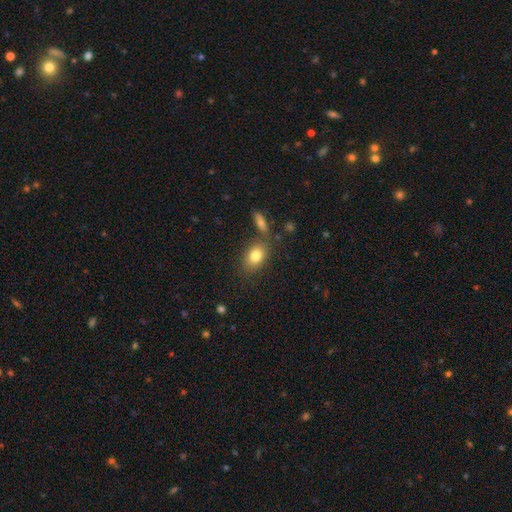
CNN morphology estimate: smooth-or-featured: smooth: 80% | featured or disk: 12% | star or artifact: 9%
  how-rounded: in between: 80% | round: 17% | cigar-shaped: 2%
  merging: none: 70% | minor disturbance: 13% | merger: 12% | major disturbance: 4%